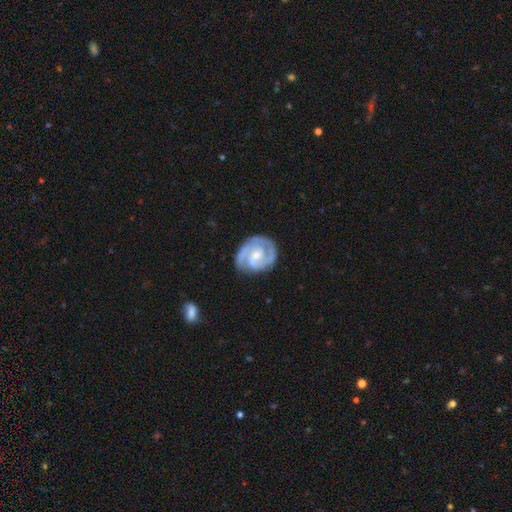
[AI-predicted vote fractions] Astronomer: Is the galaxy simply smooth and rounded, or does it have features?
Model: featured or disk — 86%.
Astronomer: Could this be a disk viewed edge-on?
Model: no — 98%.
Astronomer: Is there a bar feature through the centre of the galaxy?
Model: no — 49% (runner-up: weak, 42%).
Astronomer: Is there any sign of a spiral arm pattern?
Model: yes — 96%.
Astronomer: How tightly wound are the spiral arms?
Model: tight — 57% (runner-up: medium, 36%).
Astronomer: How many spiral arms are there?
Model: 2 — 68%.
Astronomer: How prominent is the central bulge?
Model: moderate — 47% (runner-up: small, 45%).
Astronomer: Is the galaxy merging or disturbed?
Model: none — 76%.